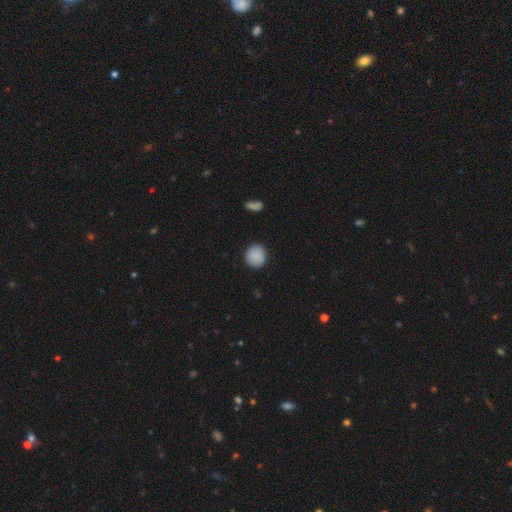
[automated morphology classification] Smooth or featured?
  - smooth: 89% *
  - star or artifact: 7%
  - featured or disk: 4%
How rounded?
  - round: 91% *
  - in between: 8%
  - cigar-shaped: 1%
Merging?
  - none: 89% *
  - minor disturbance: 8%
  - major disturbance: 2%
  - merger: 1%